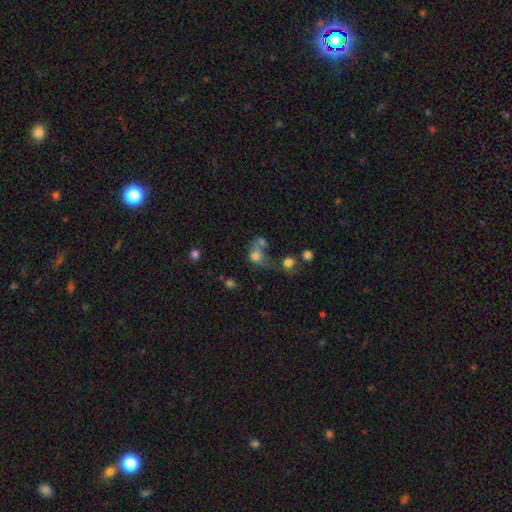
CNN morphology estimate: smooth_or_featured: smooth (p=0.67) [alt: featured or disk p=0.18]
how_rounded: round (p=0.56) [alt: in between p=0.43]
merging: merger (p=0.46) [alt: major disturbance p=0.21]